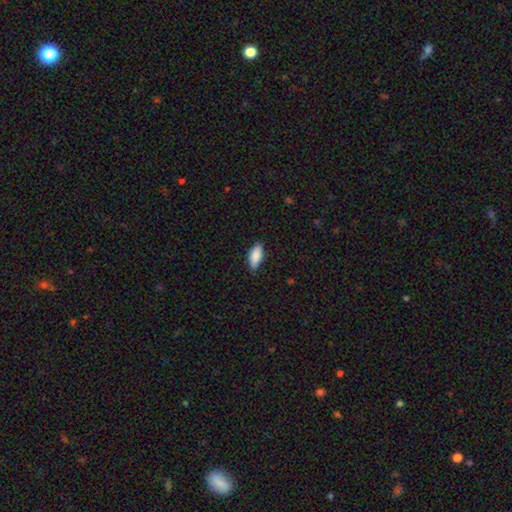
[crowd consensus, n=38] This is clearly a smooth galaxy (87%). How rounded: clearly in between (88%). Merging: possibly none (57%).